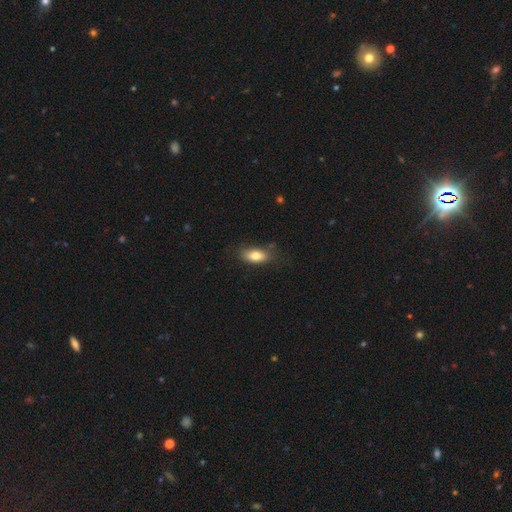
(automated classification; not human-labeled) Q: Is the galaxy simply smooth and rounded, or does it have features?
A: smooth — 78%.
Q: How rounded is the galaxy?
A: in between — 84%.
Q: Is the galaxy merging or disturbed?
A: none — 73%.